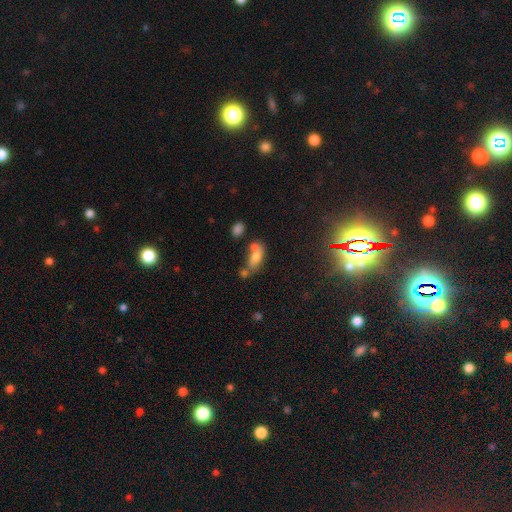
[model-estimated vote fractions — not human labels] smooth_or_featured: smooth (p=0.68) [alt: featured or disk p=0.21]
how_rounded: in between (p=0.81) [alt: cigar-shaped p=0.13]
merging: none (p=0.38) [alt: merger p=0.36]